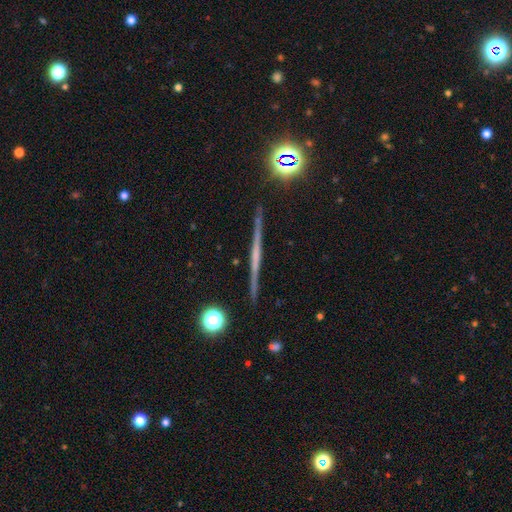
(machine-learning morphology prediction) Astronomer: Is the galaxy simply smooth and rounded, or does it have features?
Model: featured or disk — 66%.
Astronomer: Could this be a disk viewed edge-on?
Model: yes — 98%.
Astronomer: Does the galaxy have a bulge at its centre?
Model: none — 75%.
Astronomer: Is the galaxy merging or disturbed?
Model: none — 91%.